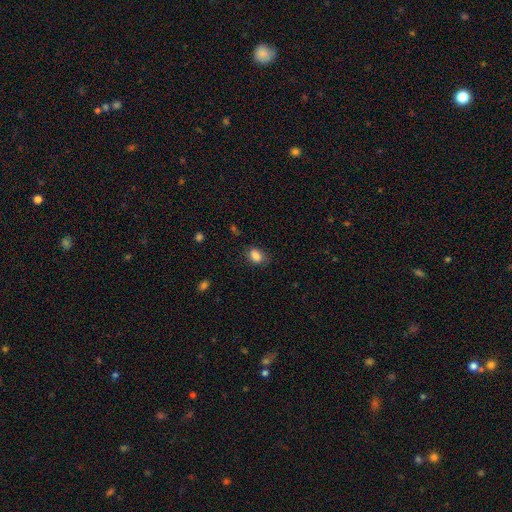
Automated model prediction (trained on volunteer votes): Morphology: type=smooth (85%); roundness=in between (77%); merging=none (73%).